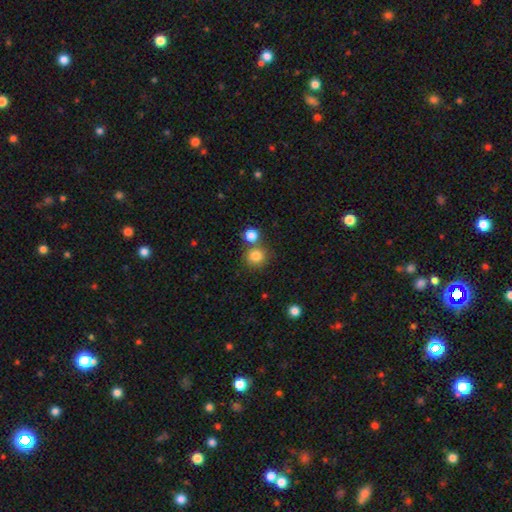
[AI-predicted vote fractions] smooth-or-featured: smooth: 82% | star or artifact: 11% | featured or disk: 6%
  how-rounded: round: 90% | in between: 9% | cigar-shaped: 1%
  merging: none: 67% | merger: 22% | minor disturbance: 8% | major disturbance: 3%